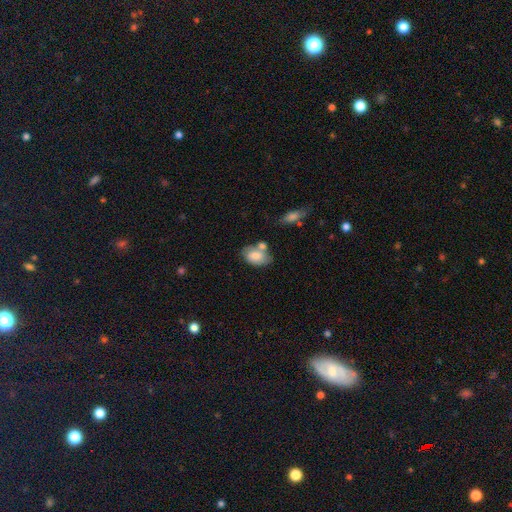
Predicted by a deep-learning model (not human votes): The model was most divided on "merging": none: 45%, merger: 27%, minor disturbance: 21%, major disturbance: 7%. More confident: how rounded — in between (86%); smooth or featured — smooth (76%).